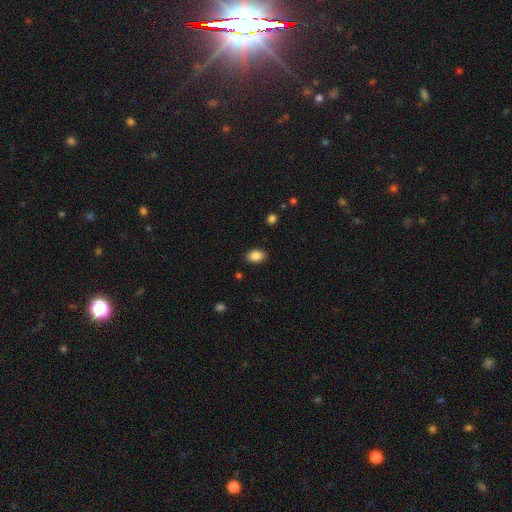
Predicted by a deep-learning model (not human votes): A smooth galaxy with no disk features (88%) that is in between round and cigar-shaped (85%). Merging: none (88%).